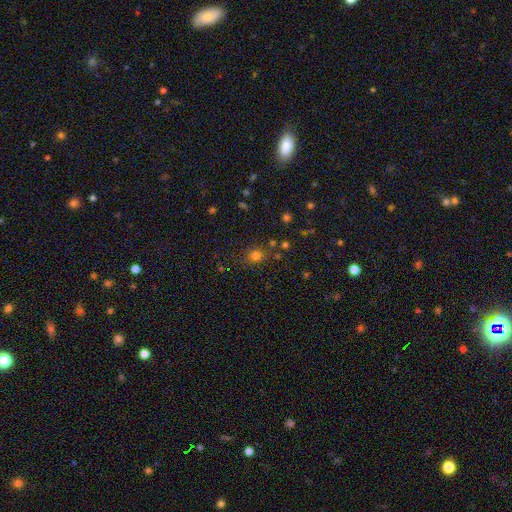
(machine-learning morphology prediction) Smooth or featured: smooth — 73% (star or artifact — 21%)
How rounded: round — 80% (in between — 19%)
Merging: none — 79% (minor disturbance — 12%)